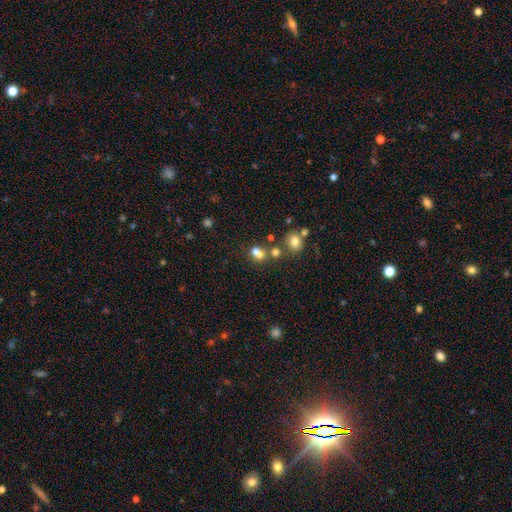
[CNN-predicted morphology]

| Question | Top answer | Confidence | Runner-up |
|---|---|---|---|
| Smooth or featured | smooth | 56% | star or artifact (34%) |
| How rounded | round | 66% | in between (32%) |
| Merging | none | 58% | merger (28%) |